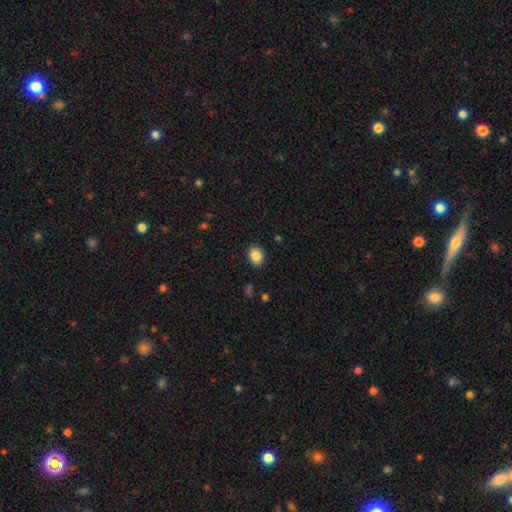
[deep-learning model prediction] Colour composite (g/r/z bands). It shows a smooth galaxy with no disk features (87%) that is round (55%). Merging: none (89%).